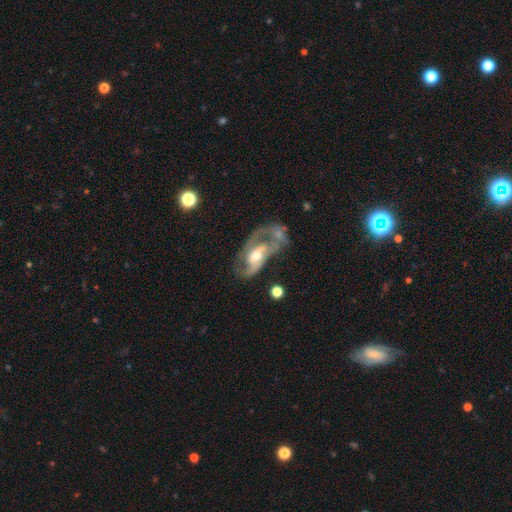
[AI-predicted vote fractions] Smooth or featured? Predicted: featured or disk (p=0.76). Edge-on disk? Predicted: no (p=0.94). Bar? Predicted: no (p=0.47). Spiral arms? Predicted: yes (p=0.81). Spiral winding? Predicted: medium (p=0.44). Spiral arm count? Predicted: 2 (p=0.67). Bulge size? Predicted: moderate (p=0.67). Merging? Predicted: major disturbance (p=0.30).